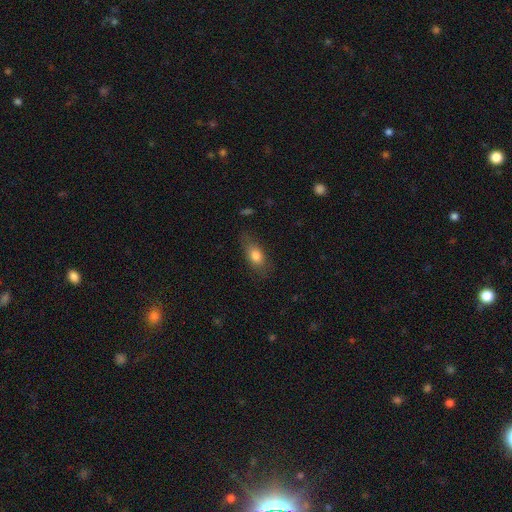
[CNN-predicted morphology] A smooth galaxy with no disk features (78%) that is in between round and cigar-shaped (80%).

Vote fractions:
- Smooth or featured? smooth: 78% / featured or disk: 14% / star or artifact: 8%
- How rounded? in between: 80% / cigar-shaped: 13% / round: 8%
- Merging? none: 72% / minor disturbance: 20% / major disturbance: 6% / merger: 2%